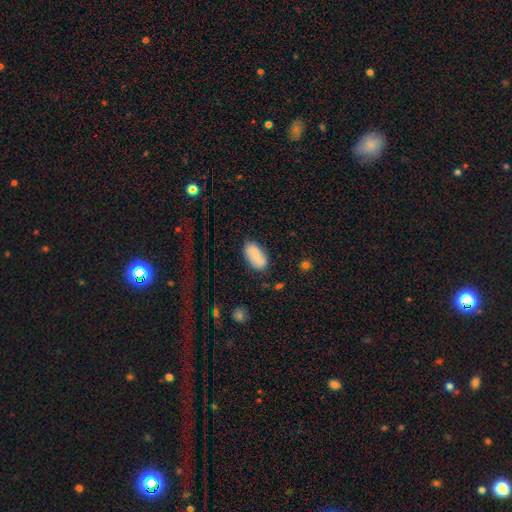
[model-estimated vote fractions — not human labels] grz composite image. It shows a smooth galaxy with no disk features (61%) that is in between round and cigar-shaped (92%). Merging: none (79%).